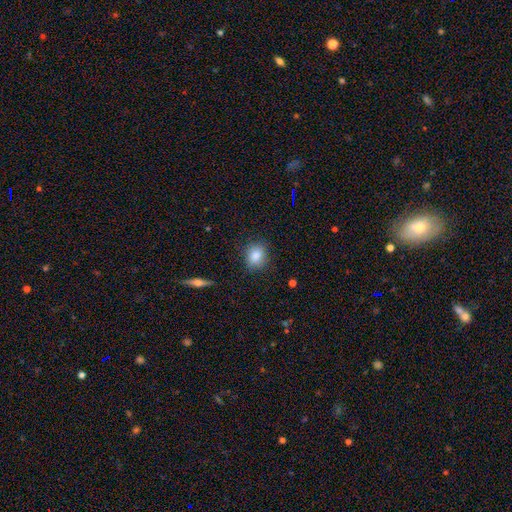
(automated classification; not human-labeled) smooth 85%, star or artifact 9%, featured or disk 6%. Down the decision tree: how rounded — round (59%); merging — none (84%).